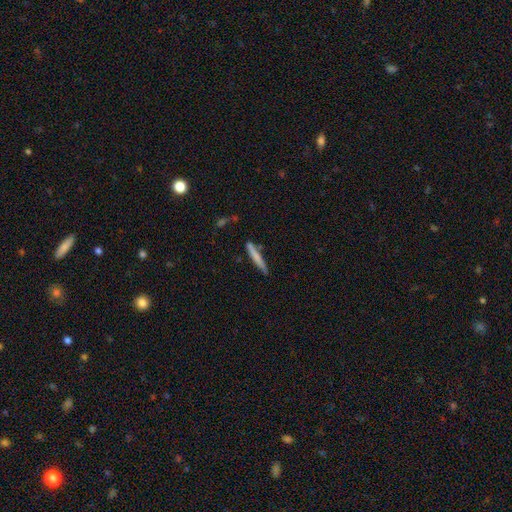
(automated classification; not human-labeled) This is likely a smooth galaxy (70%). How rounded: clearly cigar-shaped (94%). Merging: likely none (76%).